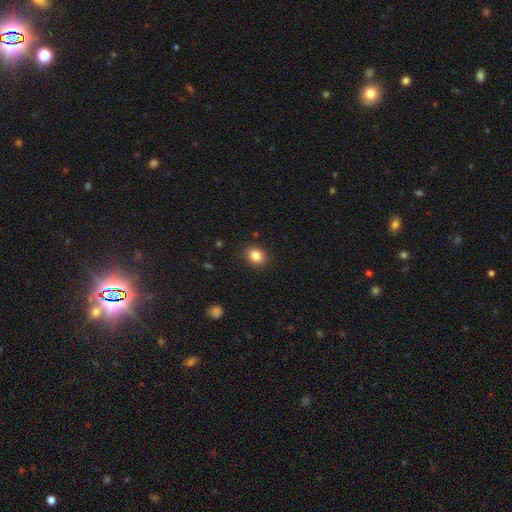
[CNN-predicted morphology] Smooth or featured? Predicted: smooth (p=0.85). How rounded? Predicted: round (p=0.54). Merging? Predicted: none (p=0.89).